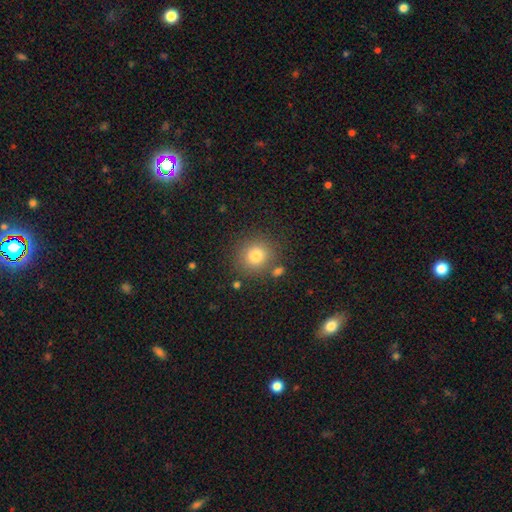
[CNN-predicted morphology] Smooth or featured? Predicted: smooth (p=0.80). How rounded? Predicted: round (p=0.88). Merging? Predicted: none (p=0.81).